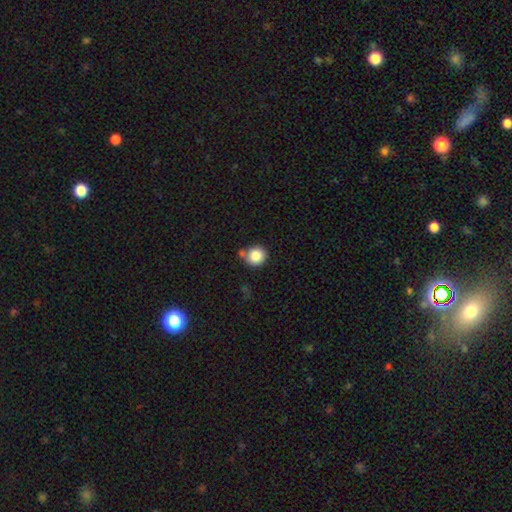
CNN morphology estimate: smooth 86%, star or artifact 9%, featured or disk 5%. Down the decision tree: how rounded — round (91%); merging — none (64%).